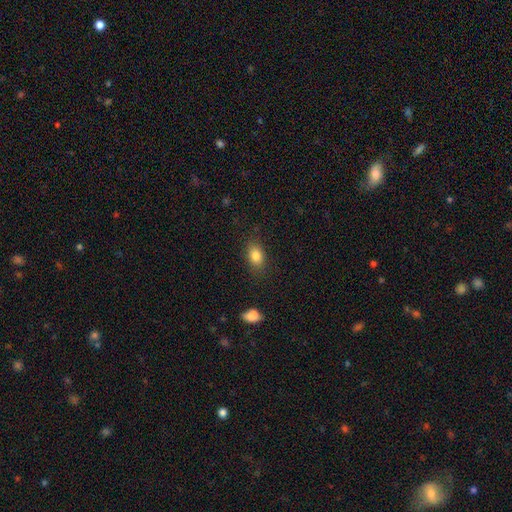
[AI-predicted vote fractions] smooth_or_featured: smooth (p=0.83) [alt: star or artifact p=0.09]
how_rounded: in between (p=0.77) [alt: round p=0.21]
merging: none (p=0.80) [alt: minor disturbance p=0.14]